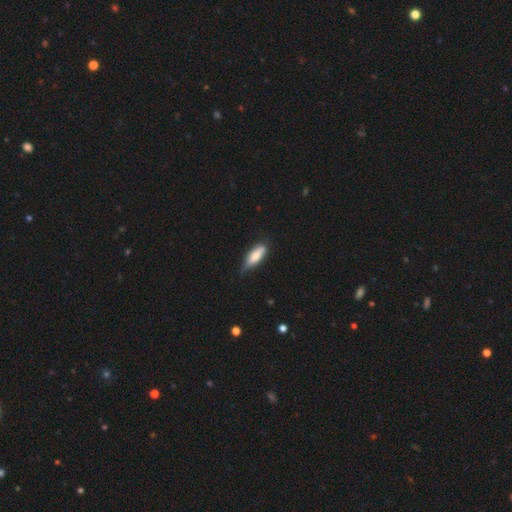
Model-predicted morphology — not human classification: smooth_or_featured: smooth (p=0.72) [alt: featured or disk p=0.22]
how_rounded: in between (p=0.55) [alt: cigar-shaped p=0.43]
merging: none (p=0.58) [alt: minor disturbance p=0.34]